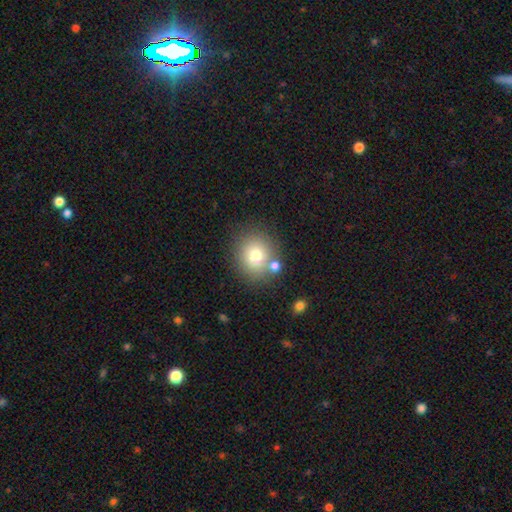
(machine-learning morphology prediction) Smooth or featured? smooth (75%)
How rounded? round (83%)
Merging? none (74%)